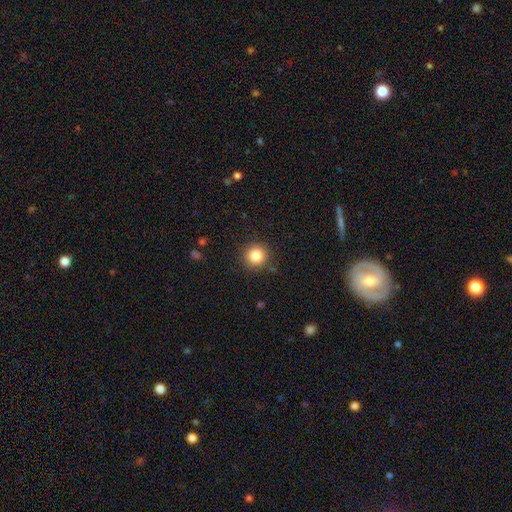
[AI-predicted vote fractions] smooth-or-featured: smooth: 84% | star or artifact: 11% | featured or disk: 6%
  how-rounded: round: 94% | in between: 5% | cigar-shaped: 1%
  merging: none: 90% | minor disturbance: 7% | major disturbance: 2% | merger: 1%